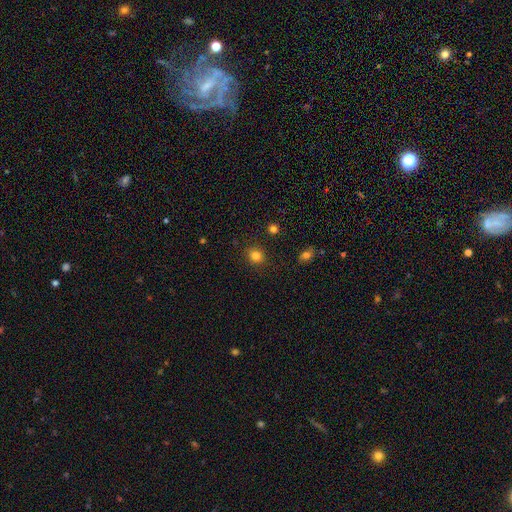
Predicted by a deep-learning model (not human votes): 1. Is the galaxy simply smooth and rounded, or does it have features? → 82% smooth, 13% star or artifact, 5% featured or disk.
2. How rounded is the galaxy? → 80% round, 20% in between, 1% cigar-shaped.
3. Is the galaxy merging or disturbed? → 88% none, 8% minor disturbance, 2% major disturbance, 2% merger.